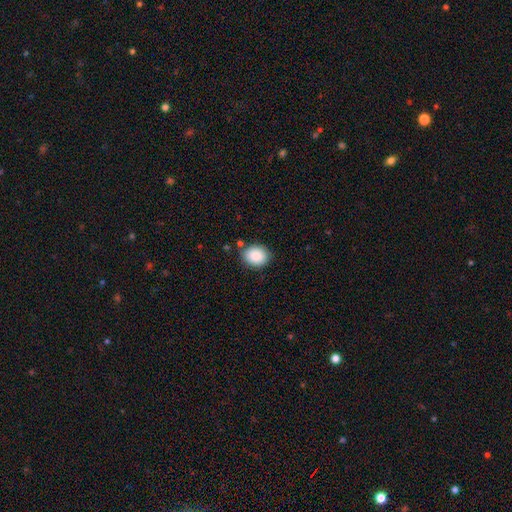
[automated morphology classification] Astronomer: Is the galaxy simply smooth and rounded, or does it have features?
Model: smooth — 89%.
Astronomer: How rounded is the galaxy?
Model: round — 55% (runner-up: in between, 44%).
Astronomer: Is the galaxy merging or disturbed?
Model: none — 83%.